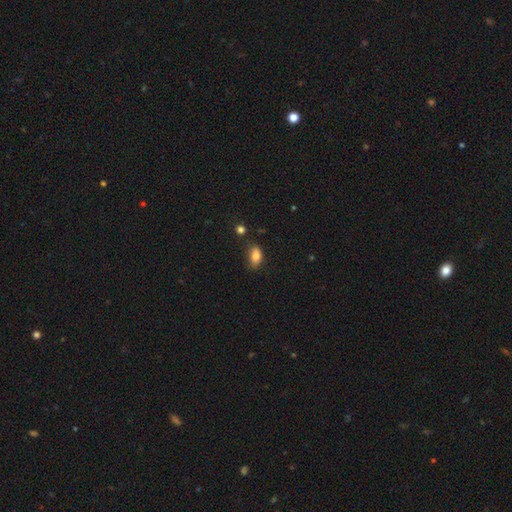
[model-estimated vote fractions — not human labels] smooth-or-featured: smooth: 83% | star or artifact: 9% | featured or disk: 8%
  how-rounded: in between: 88% | round: 8% | cigar-shaped: 4%
  merging: none: 63% | minor disturbance: 27% | major disturbance: 6% | merger: 4%